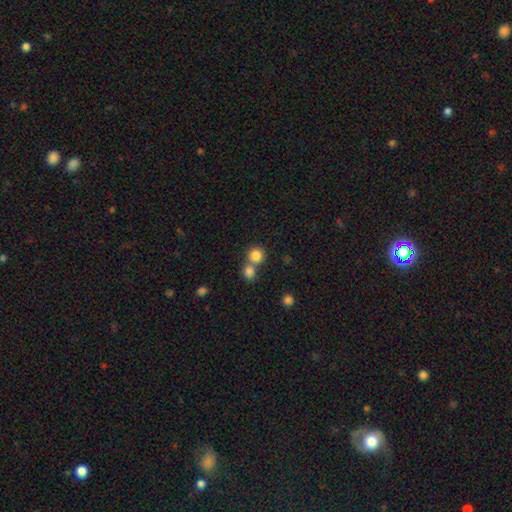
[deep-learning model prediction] Smooth or featured?
  - smooth: 83% *
  - star or artifact: 11%
  - featured or disk: 6%
How rounded?
  - round: 91% *
  - in between: 8%
  - cigar-shaped: 1%
Merging?
  - none: 53% *
  - merger: 39%
  - minor disturbance: 6%
  - major disturbance: 2%